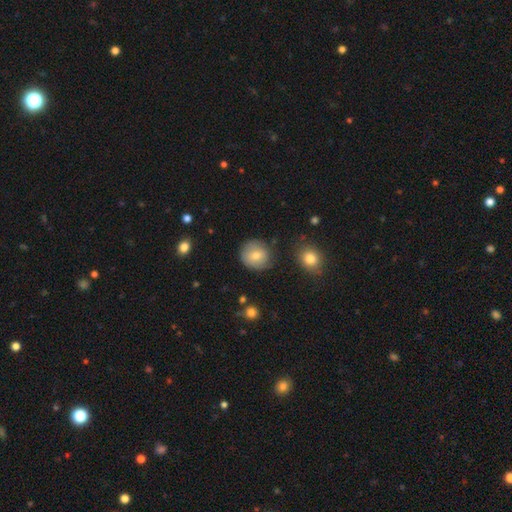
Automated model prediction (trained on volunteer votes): This is likely a smooth galaxy (75%). How rounded: clearly round (87%). Merging: likely none (77%).